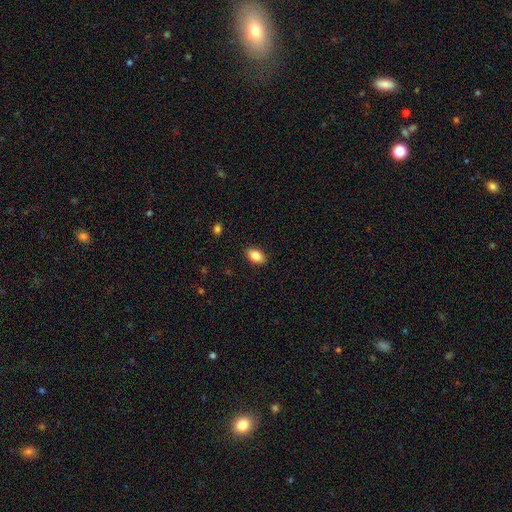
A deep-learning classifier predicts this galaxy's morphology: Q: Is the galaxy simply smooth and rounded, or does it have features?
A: smooth — 86%.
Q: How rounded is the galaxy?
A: in between — 90%.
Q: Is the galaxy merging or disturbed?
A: none — 88%.